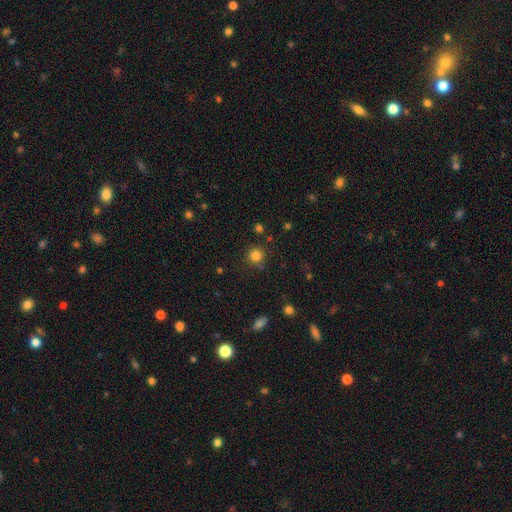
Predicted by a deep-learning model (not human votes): A smooth galaxy with no disk features (82%) that is round (93%).

Vote fractions:
- Smooth or featured? smooth: 82% / star or artifact: 14% / featured or disk: 5%
- How rounded? round: 93% / in between: 6% / cigar-shaped: 1%
- Merging? none: 83% / minor disturbance: 10% / major disturbance: 3% / merger: 3%